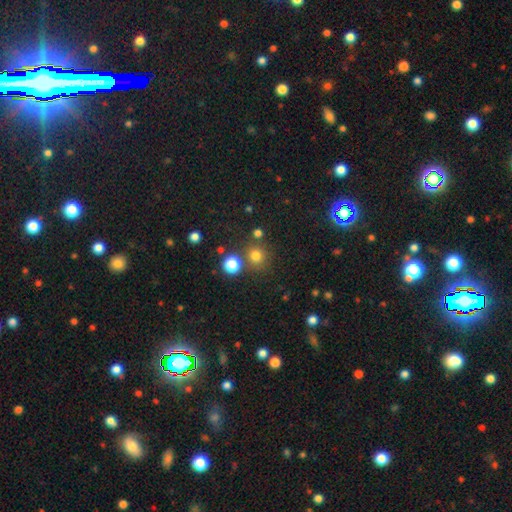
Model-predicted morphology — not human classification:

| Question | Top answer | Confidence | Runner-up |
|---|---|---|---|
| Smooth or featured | smooth | 76% | star or artifact (18%) |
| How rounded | round | 90% | in between (9%) |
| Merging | none | 77% | merger (11%) |